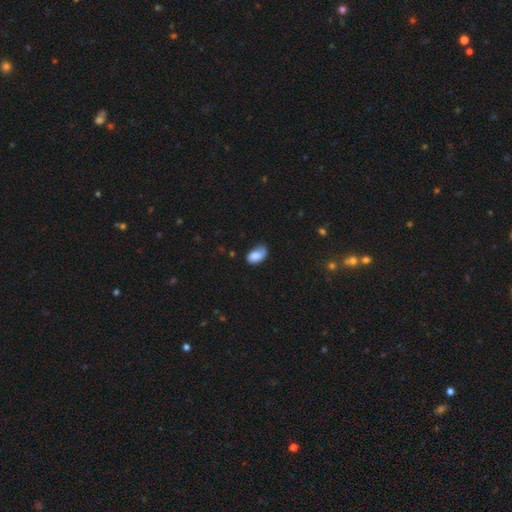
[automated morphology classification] Smooth or featured: smooth — 77% (featured or disk — 15%)
How rounded: in between — 91% (round — 8%)
Merging: none — 44% (minor disturbance — 36%)